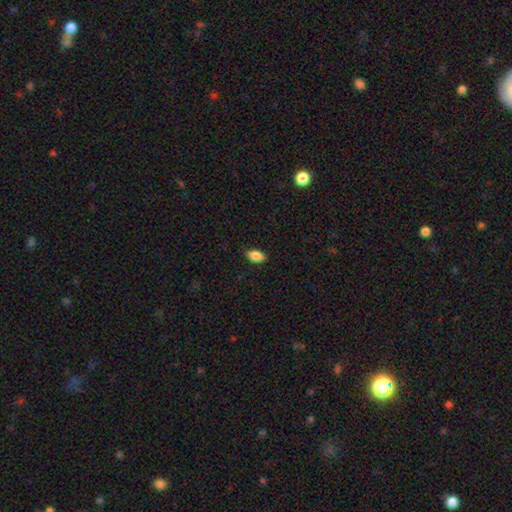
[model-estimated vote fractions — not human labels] The model was most divided on "merging": none: 84%, minor disturbance: 13%, major disturbance: 2%, merger: 1%. More confident: how rounded — in between (90%); smooth or featured — smooth (85%).